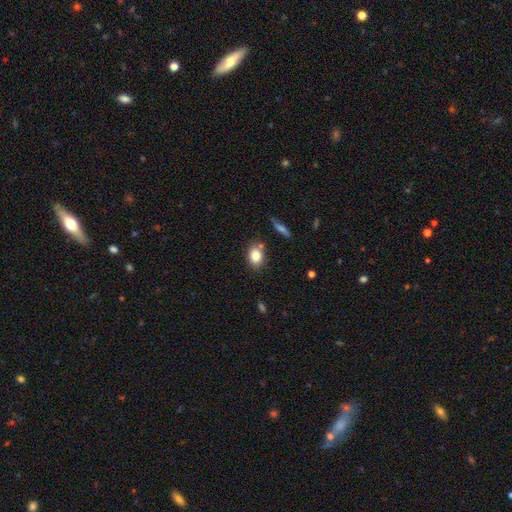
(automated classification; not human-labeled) Overall: smooth (81%). How rounded: in between (70%). Merging: none (76%).